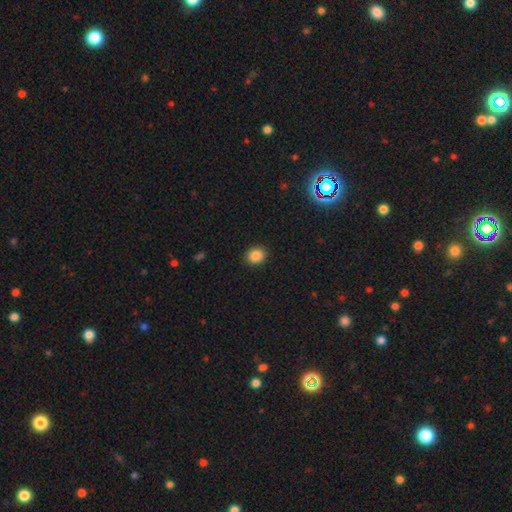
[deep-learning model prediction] Overall: smooth (87%). How rounded: round (66%; in between 34%). Merging: none (90%).